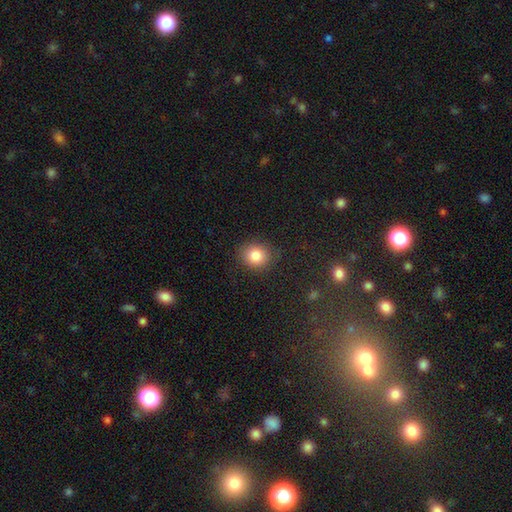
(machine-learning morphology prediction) smooth_or_featured: smooth (p=0.84) [alt: star or artifact p=0.10]
how_rounded: round (p=0.75) [alt: in between p=0.24]
merging: none (p=0.86) [alt: minor disturbance p=0.10]